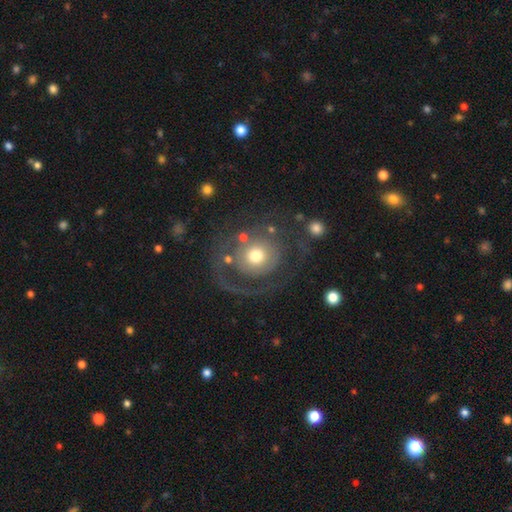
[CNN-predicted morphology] smooth-or-featured: featured or disk: 59% | smooth: 33% | star or artifact: 8%
  disk-edge-on: no: 97% | yes: 3%
    bar: no: 87% | weak: 10% | strong: 3%
    has-spiral-arms: yes: 62% | no: 38%
    bulge-size: moderate: 59% | large: 20% | small: 17% | dominant: 4% | none: 2%
  merging: none: 53% | major disturbance: 30% | minor disturbance: 14% | merger: 4%